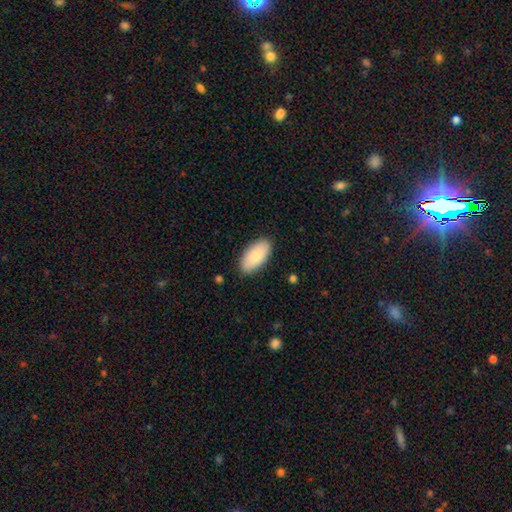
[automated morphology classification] smooth_or_featured: smooth (p=0.86) [alt: featured or disk p=0.09]
how_rounded: in between (p=0.95) [alt: cigar-shaped p=0.03]
merging: none (p=0.87) [alt: minor disturbance p=0.10]